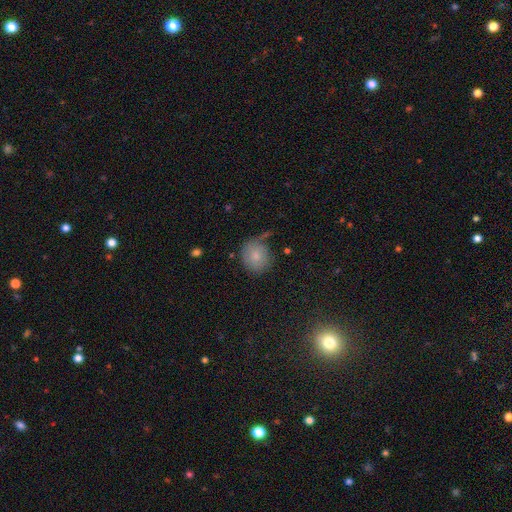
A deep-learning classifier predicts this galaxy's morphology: Smooth or featured? smooth (80%)
How rounded? round (81%)
Merging? none (65%)